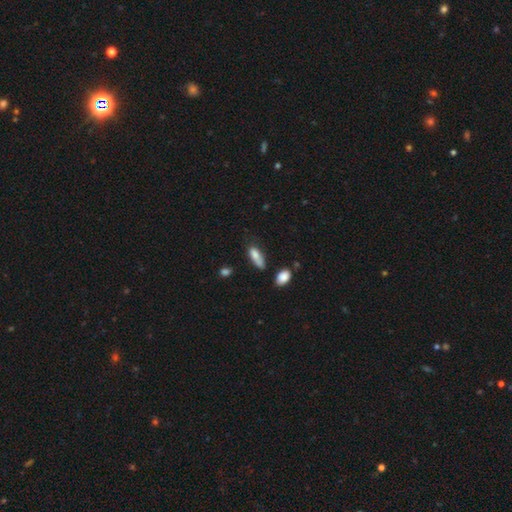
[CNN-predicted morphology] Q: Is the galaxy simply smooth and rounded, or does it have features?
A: smooth — 79%.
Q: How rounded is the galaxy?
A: in between — 72%.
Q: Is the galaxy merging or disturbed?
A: none — 38%.